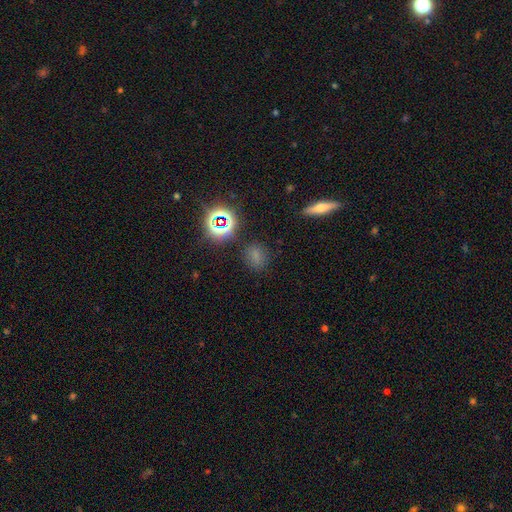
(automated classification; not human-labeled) A smooth galaxy with no disk features (64%) that is round (59%). Merging: none (80%).